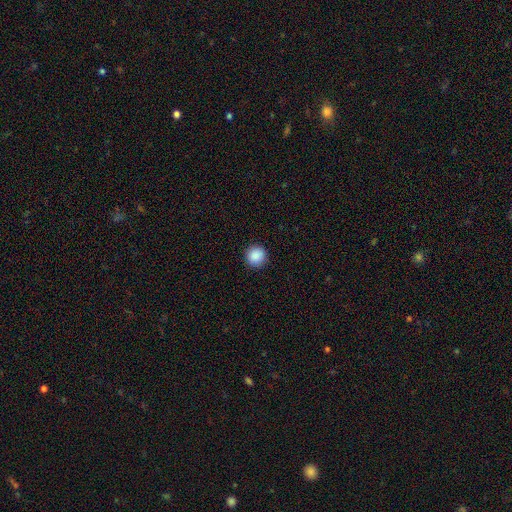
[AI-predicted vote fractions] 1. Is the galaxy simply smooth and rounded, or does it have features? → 89% smooth, 8% star or artifact, 3% featured or disk.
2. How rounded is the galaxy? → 95% round, 4% in between, 1% cigar-shaped.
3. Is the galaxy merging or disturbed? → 92% none, 5% minor disturbance, 2% major disturbance, 1% merger.